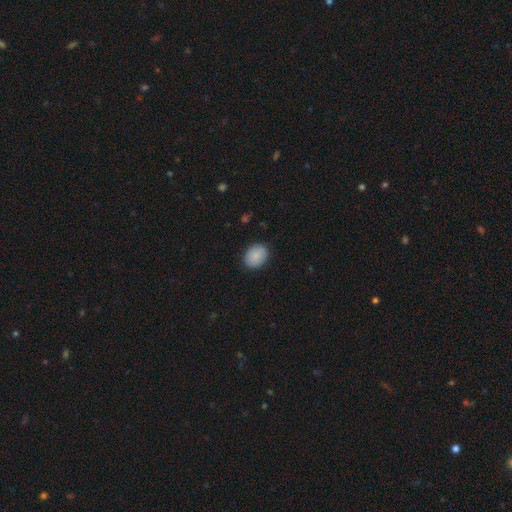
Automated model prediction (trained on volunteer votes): Q: Smooth or featured?
A: smooth (89%); runner-up: star or artifact (7%)
Q: How rounded?
A: in between (64%); runner-up: round (35%)
Q: Merging?
A: none (87%); runner-up: minor disturbance (9%)